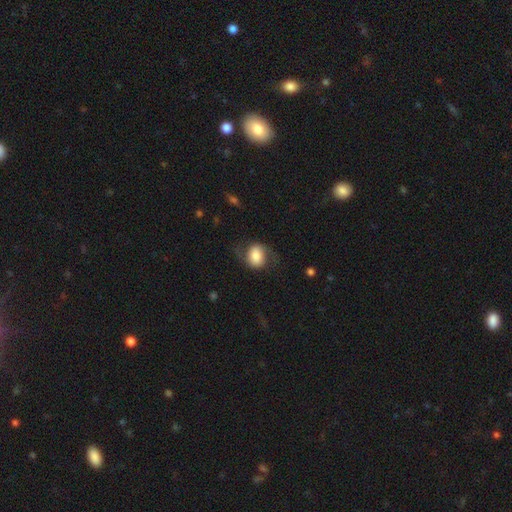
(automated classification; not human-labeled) Morphology: type=smooth (56%); roundness=in between (54%); merging=none (64%).